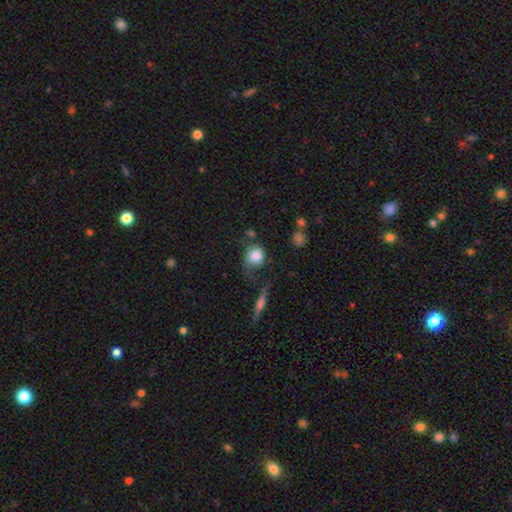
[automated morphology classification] A smooth galaxy with no disk features (79%) that is round (73%). Merging: none (47%).